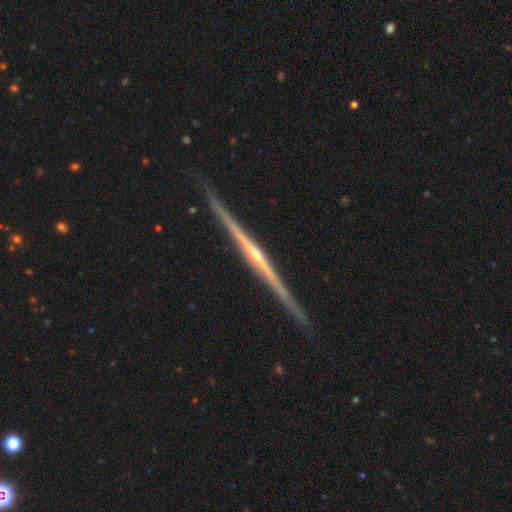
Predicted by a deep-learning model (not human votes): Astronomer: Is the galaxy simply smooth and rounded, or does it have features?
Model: featured or disk — 88%.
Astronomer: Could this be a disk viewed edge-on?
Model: yes — 99%.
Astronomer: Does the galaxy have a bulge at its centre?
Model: rounded — 64%.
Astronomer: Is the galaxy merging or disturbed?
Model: none — 91%.